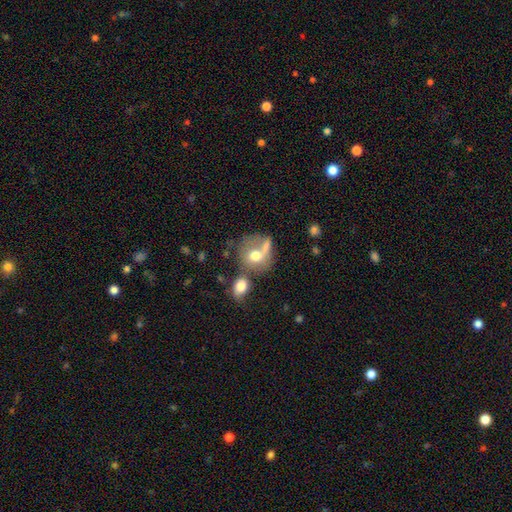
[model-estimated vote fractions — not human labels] Smooth or featured? smooth (65%)
How rounded? round (69%)
Merging? merger (43%)